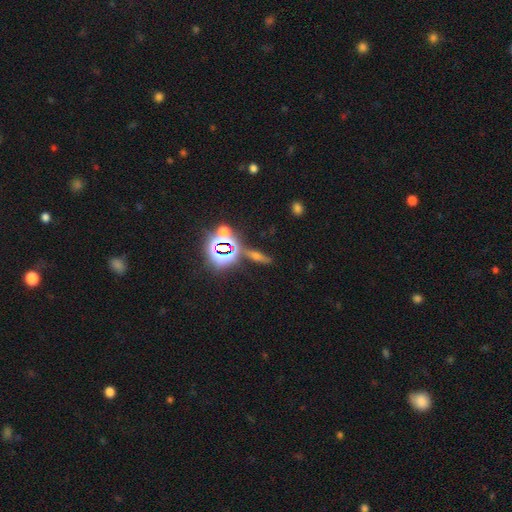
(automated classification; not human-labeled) Smooth or featured: star or artifact — 41% (smooth — 34%)